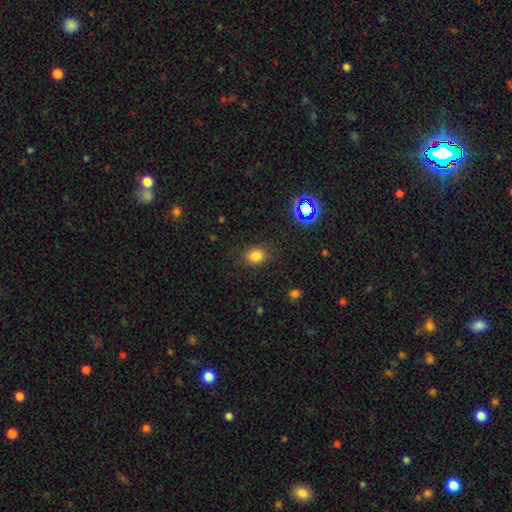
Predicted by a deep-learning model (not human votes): The model was most divided on "how rounded": round: 50%, in between: 49%, cigar-shaped: 1%. More confident: merging — none (83%); smooth or featured — smooth (78%).